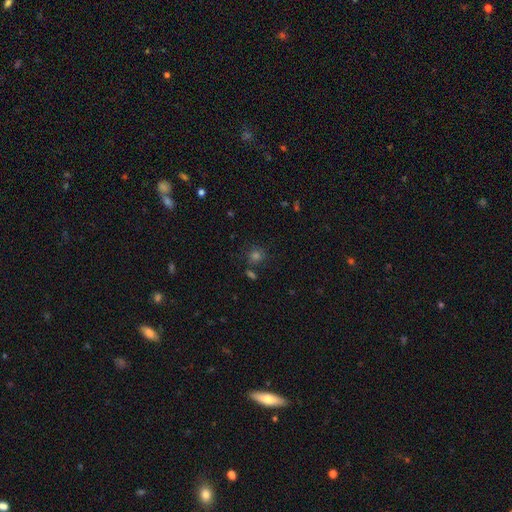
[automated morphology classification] Smooth or featured?
  - smooth: 62% *
  - star or artifact: 30%
  - featured or disk: 8%
How rounded?
  - round: 85% *
  - in between: 13%
  - cigar-shaped: 1%
Merging?
  - none: 78% *
  - minor disturbance: 10%
  - merger: 9%
  - major disturbance: 4%